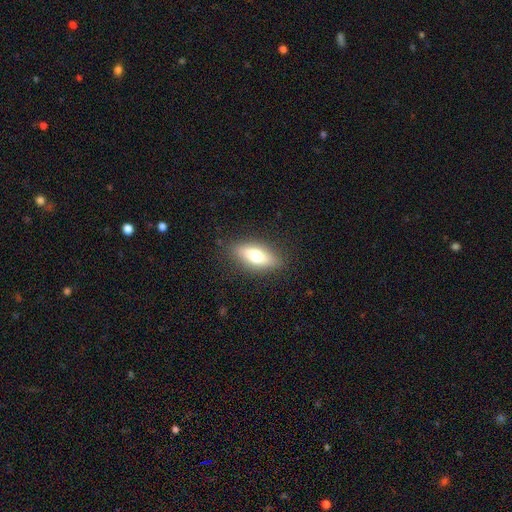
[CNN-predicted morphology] smooth-or-featured: smooth: 65% | featured or disk: 27% | star or artifact: 8%
  how-rounded: in between: 70% | cigar-shaped: 26% | round: 4%
  merging: none: 85% | minor disturbance: 11% | major disturbance: 3% | merger: 1%